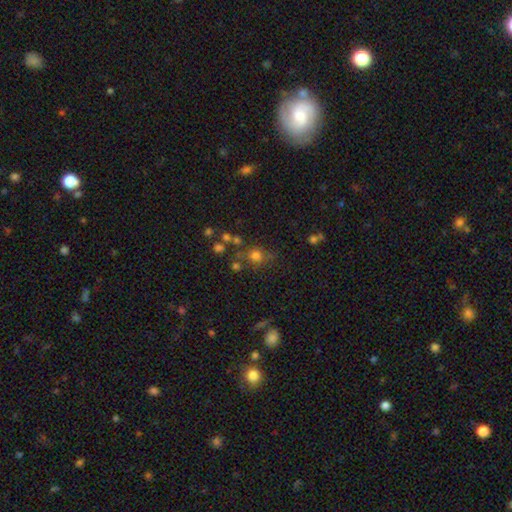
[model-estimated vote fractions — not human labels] Morphology: type=smooth (71%); roundness=round (85%); merging=none (67%).